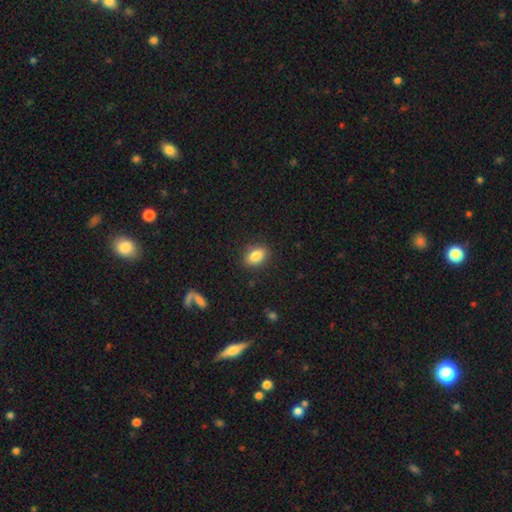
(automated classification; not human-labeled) smooth_or_featured: smooth (p=0.85) [alt: star or artifact p=0.09]
how_rounded: in between (p=0.79) [alt: round p=0.19]
merging: none (p=0.86) [alt: minor disturbance p=0.10]